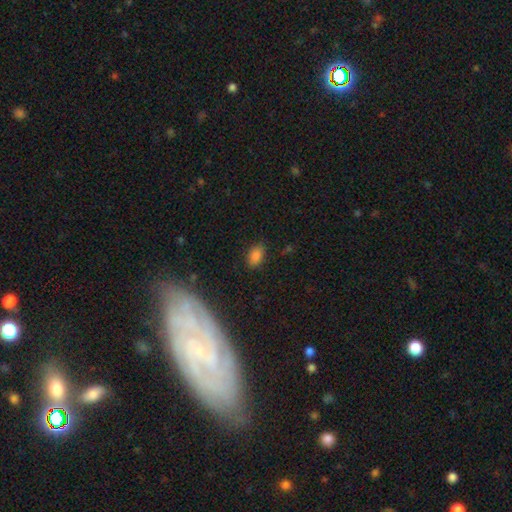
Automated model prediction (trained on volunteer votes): This is clearly a smooth galaxy (82%). How rounded: clearly in between (89%). Merging: clearly none (83%).